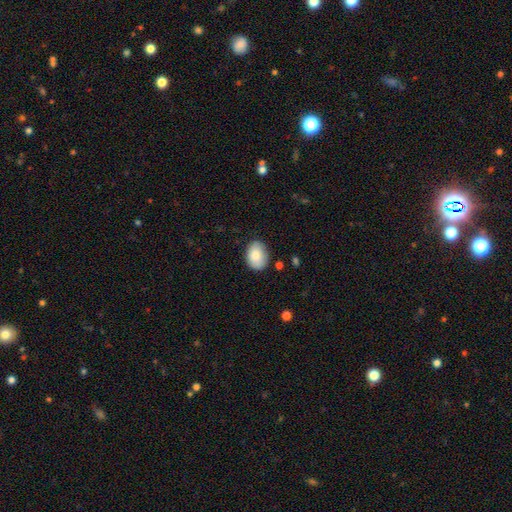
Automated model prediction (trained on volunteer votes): Morphology: type=smooth (84%); roundness=in between (73%); merging=none (78%).